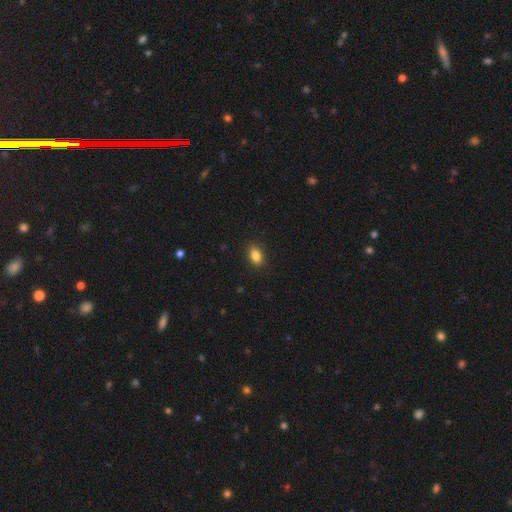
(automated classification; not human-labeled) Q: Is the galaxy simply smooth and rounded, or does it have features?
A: smooth — 85%.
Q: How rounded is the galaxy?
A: in between — 82%.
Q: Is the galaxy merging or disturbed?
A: none — 89%.